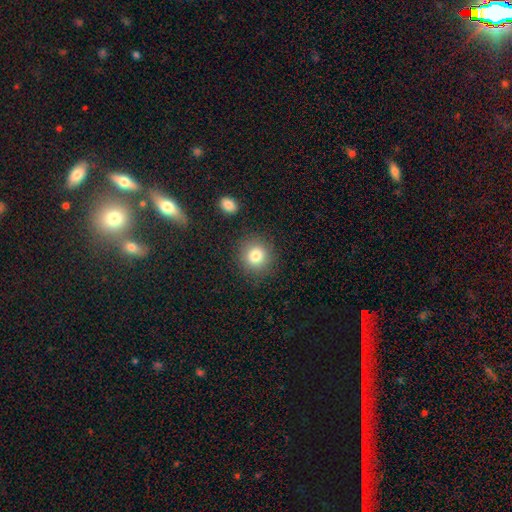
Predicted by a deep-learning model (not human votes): Smooth or featured: smooth — 81% (star or artifact — 11%)
How rounded: round — 90% (in between — 9%)
Merging: none — 87% (minor disturbance — 8%)